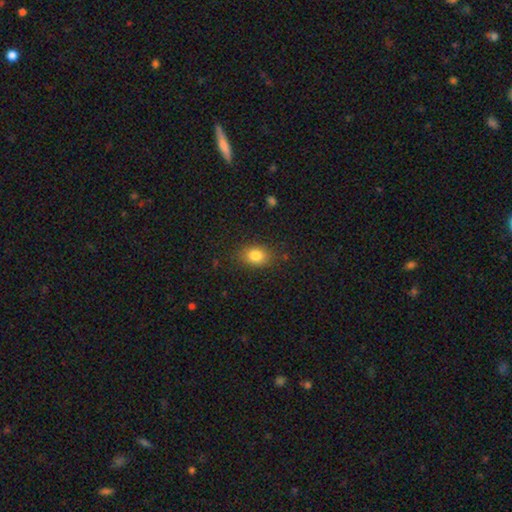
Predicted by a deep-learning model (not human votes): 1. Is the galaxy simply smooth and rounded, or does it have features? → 82% smooth, 10% star or artifact, 8% featured or disk.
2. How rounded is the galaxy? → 65% in between, 33% round, 1% cigar-shaped.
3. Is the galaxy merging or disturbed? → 84% none, 11% minor disturbance, 3% major disturbance, 1% merger.